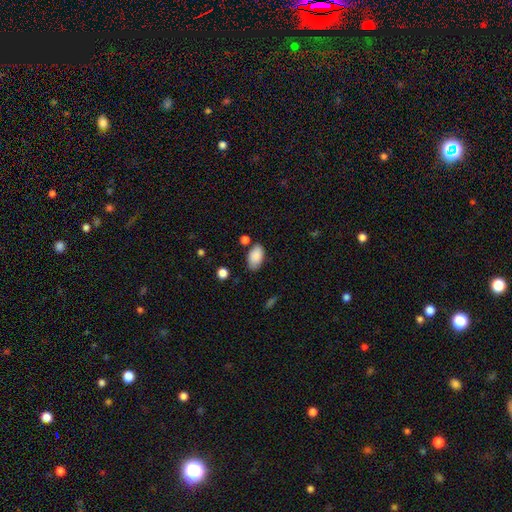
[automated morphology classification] A smooth galaxy with no disk features (88%) that is in between round and cigar-shaped (92%). Merging: none (71%).